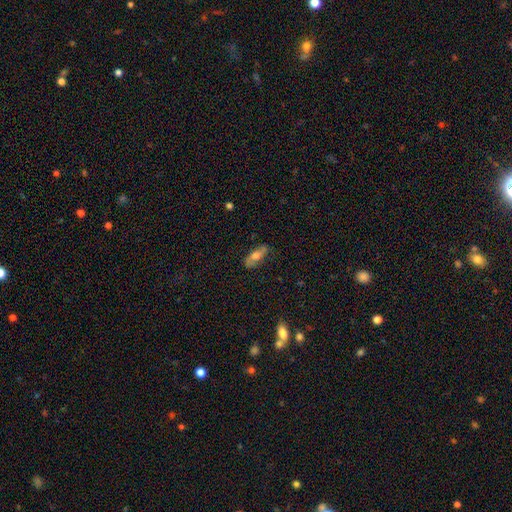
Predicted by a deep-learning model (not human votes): Smooth or featured?
  - smooth: 57% *
  - featured or disk: 36%
  - star or artifact: 7%
How rounded?
  - in between: 67% *
  - cigar-shaped: 30%
  - round: 3%
Merging?
  - none: 75% *
  - minor disturbance: 19%
  - major disturbance: 5%
  - merger: 2%